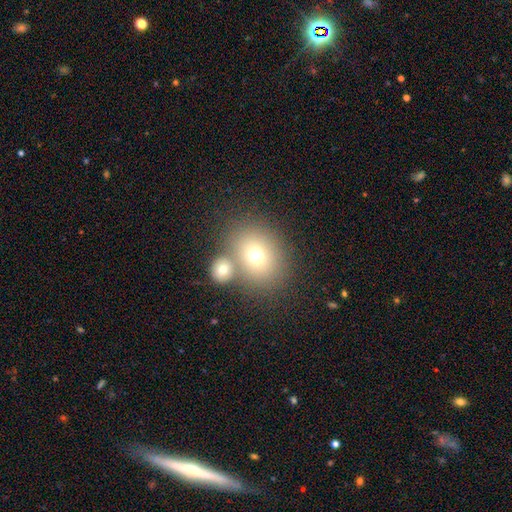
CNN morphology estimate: This is likely a smooth galaxy (72%). How rounded: possibly round (50%). Merging: possibly none (57%).